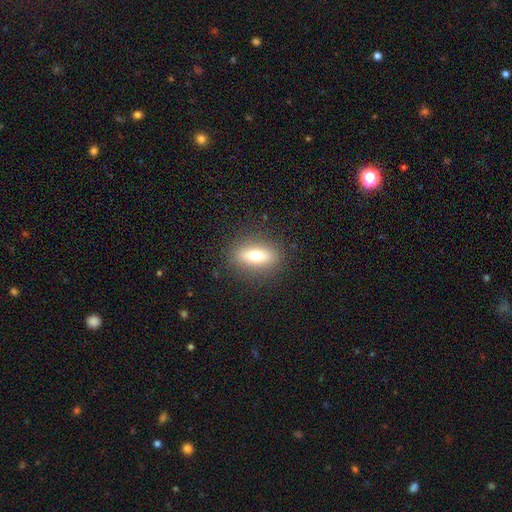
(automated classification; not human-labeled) Smooth or featured? smooth (65%)
How rounded? in between (68%)
Merging? none (87%)